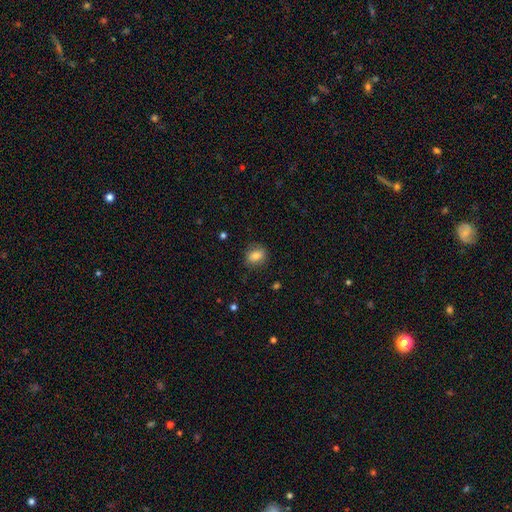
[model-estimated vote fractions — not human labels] The model was most divided on "how rounded": in between: 53%, round: 45%, cigar-shaped: 2%. More confident: merging — none (83%); smooth or featured — smooth (80%).